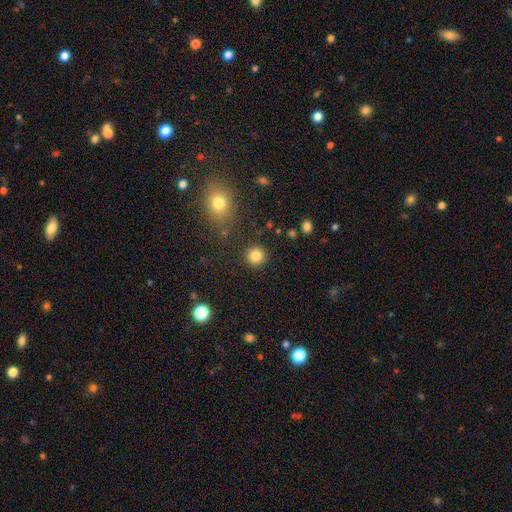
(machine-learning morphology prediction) This is clearly a smooth galaxy (85%). How rounded: clearly round (93%). Merging: clearly none (89%).